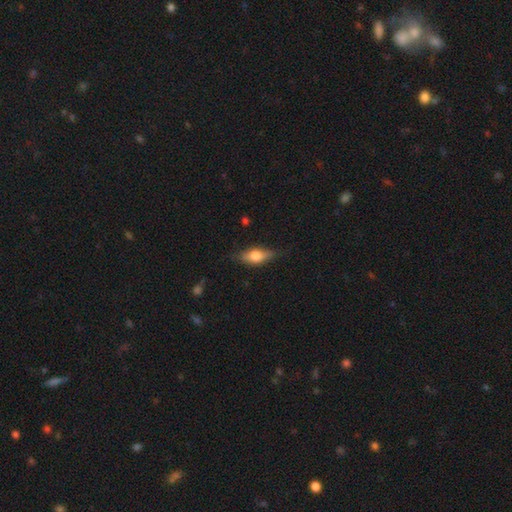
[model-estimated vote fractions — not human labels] The model was most divided on "smooth or featured": smooth: 57%, featured or disk: 36%, star or artifact: 7%. More confident: merging — none (77%); how rounded — in between (71%).